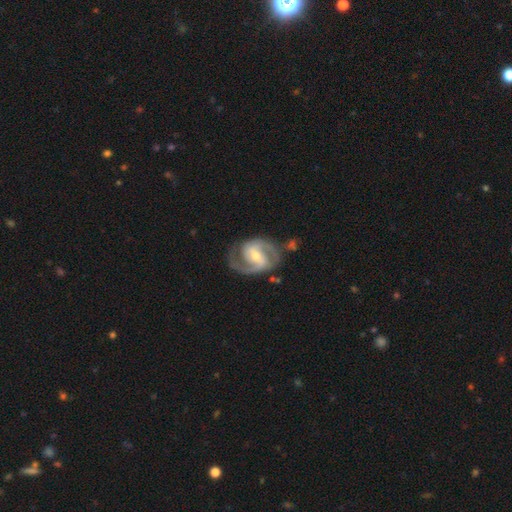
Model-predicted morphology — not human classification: A featured or disk galaxy (91%) with a weak bar (46%), 2 (89%) medium (57%) spiral arms (98%) and a moderate central bulge (48%). Merging: none (76%).